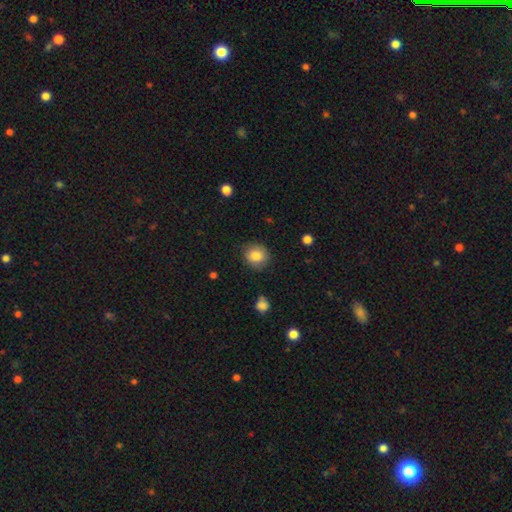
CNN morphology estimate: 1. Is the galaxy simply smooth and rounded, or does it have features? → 84% smooth, 9% star or artifact, 7% featured or disk.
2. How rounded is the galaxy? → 86% round, 14% in between, 1% cigar-shaped.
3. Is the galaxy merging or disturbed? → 83% none, 13% minor disturbance, 3% major disturbance, 1% merger.